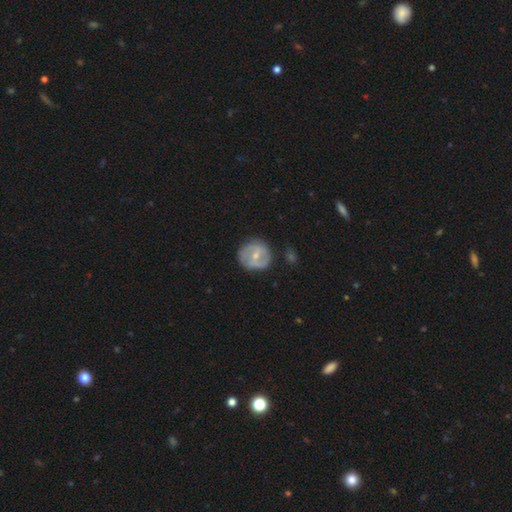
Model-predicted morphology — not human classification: Smooth or featured? featured or disk (56%)
Edge-on disk? no (96%)
Bar? weak (46%)
Spiral arms? yes (55%)
Bulge size? moderate (53%)
Merging? none (74%)